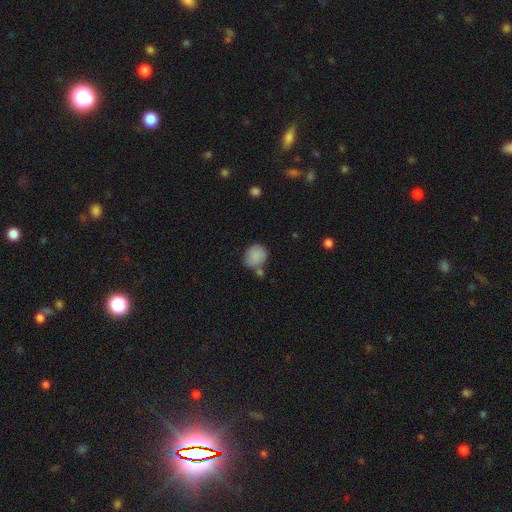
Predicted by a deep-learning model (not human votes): The model was most divided on "merging": none: 55%, merger: 20%, minor disturbance: 19%, major disturbance: 6%. More confident: smooth or featured — smooth (86%); how rounded — round (73%).